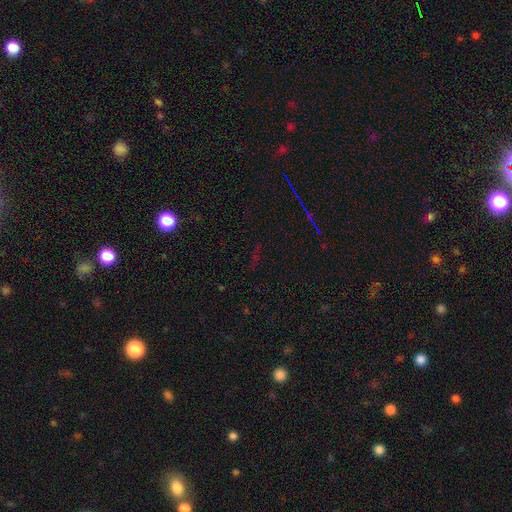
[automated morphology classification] This is likely a star or artifact rather than a galaxy (70%).